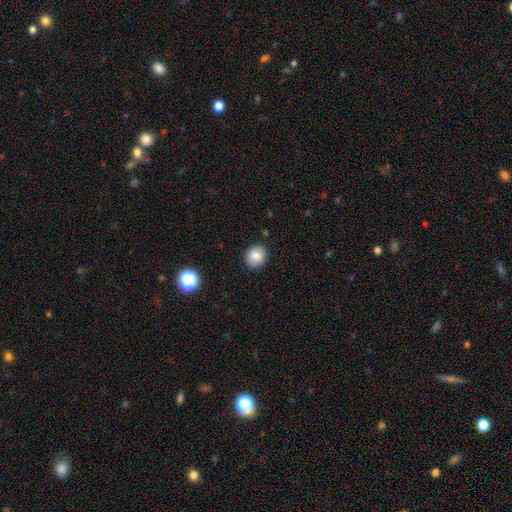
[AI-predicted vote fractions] The model was most divided on "how rounded": round: 69%, in between: 30%, cigar-shaped: 1%. More confident: merging — none (88%); smooth or featured — smooth (84%).